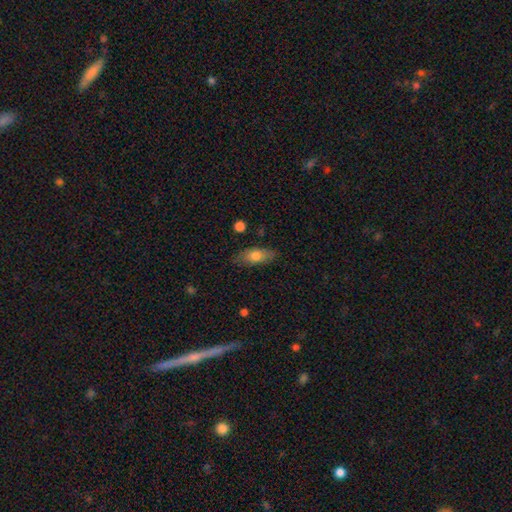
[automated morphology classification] Smooth or featured? Predicted: smooth (p=0.73). How rounded? Predicted: in between (p=0.81). Merging? Predicted: none (p=0.79).